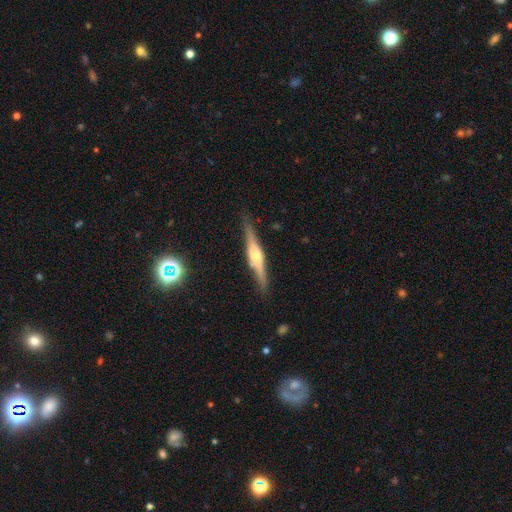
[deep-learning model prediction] smooth-or-featured: featured or disk: 74% | smooth: 19% | star or artifact: 7%
  disk-edge-on: yes: 97% | no: 3%
    edge-on-bulge: rounded: 85% | boxy: 11% | none: 4%
  merging: none: 87% | minor disturbance: 9% | major disturbance: 2% | merger: 2%